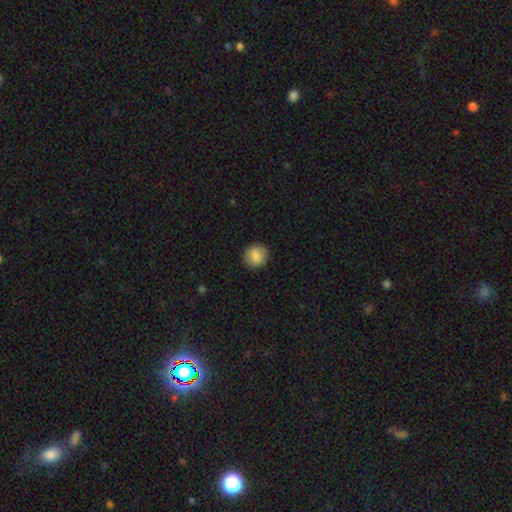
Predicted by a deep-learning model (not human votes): A smooth galaxy with no disk features (87%) that is round (88%).

Vote fractions:
- Smooth or featured? smooth: 87% / star or artifact: 8% / featured or disk: 6%
- How rounded? round: 88% / in between: 11% / cigar-shaped: 1%
- Merging? none: 89% / minor disturbance: 8% / major disturbance: 2% / merger: 1%